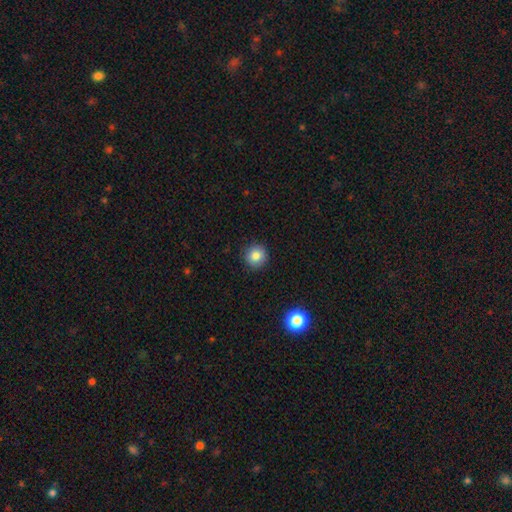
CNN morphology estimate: Smooth or featured: smooth — 83% (star or artifact — 10%)
How rounded: round — 93% (in between — 6%)
Merging: none — 90% (minor disturbance — 7%)